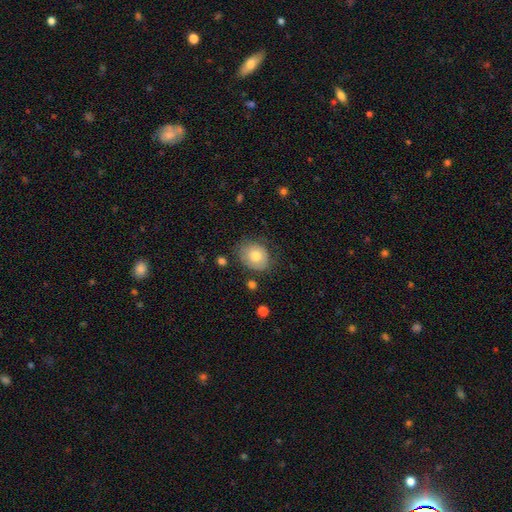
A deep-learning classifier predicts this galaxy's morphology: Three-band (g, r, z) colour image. It shows a smooth galaxy with no disk features (72%) that is round (50%). Merging: none (67%).